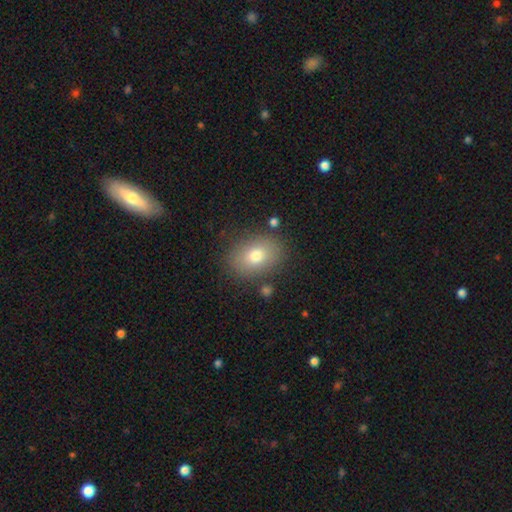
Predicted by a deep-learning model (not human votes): The model was most divided on "how rounded": in between: 70%, round: 29%, cigar-shaped: 1%. More confident: merging — none (83%); smooth or featured — smooth (77%).